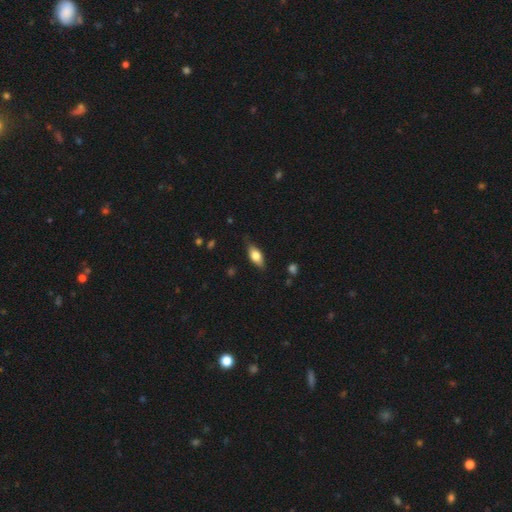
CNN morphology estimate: smooth 68%, featured or disk 26%, star or artifact 7%. Down the decision tree: how rounded — in between (81%); merging — none (79%).